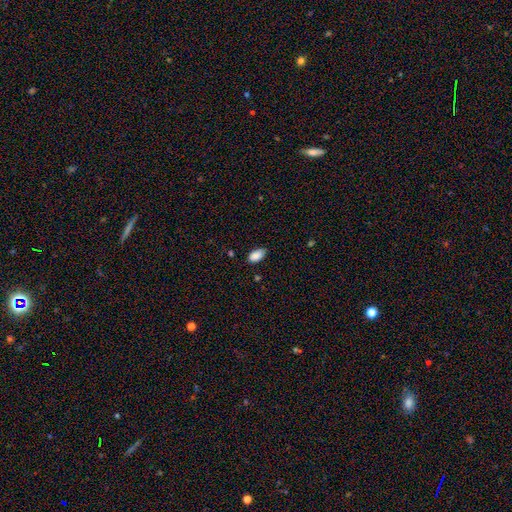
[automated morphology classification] A smooth galaxy with no disk features (88%) that is in between round and cigar-shaped (94%).

Vote fractions:
- Smooth or featured? smooth: 88% / star or artifact: 8% / featured or disk: 4%
- How rounded? in between: 94% / round: 3% / cigar-shaped: 3%
- Merging? none: 75% / minor disturbance: 21% / major disturbance: 3% / merger: 1%